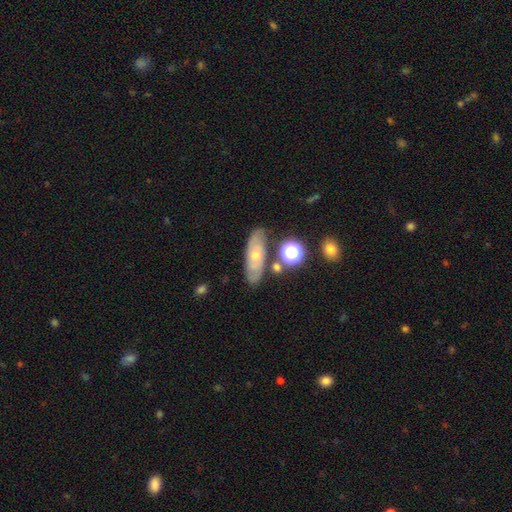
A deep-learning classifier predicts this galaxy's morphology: Smooth or featured: featured or disk — 48% (smooth — 42%)
Merging: none — 73% (minor disturbance — 15%)